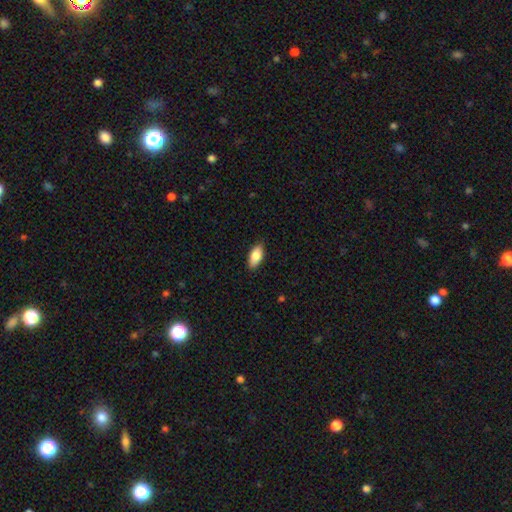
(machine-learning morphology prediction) smooth_or_featured: smooth (p=0.85) [alt: featured or disk p=0.09]
how_rounded: in between (p=0.89) [alt: cigar-shaped p=0.09]
merging: none (p=0.88) [alt: minor disturbance p=0.10]